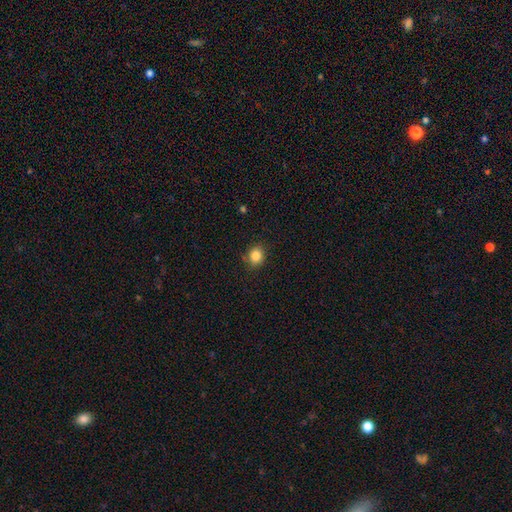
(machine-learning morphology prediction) A smooth galaxy with no disk features (85%) that is round (69%).

Vote fractions:
- Smooth or featured? smooth: 85% / star or artifact: 10% / featured or disk: 5%
- How rounded? round: 69% / in between: 30% / cigar-shaped: 1%
- Merging? none: 85% / minor disturbance: 11% / major disturbance: 3% / merger: 2%